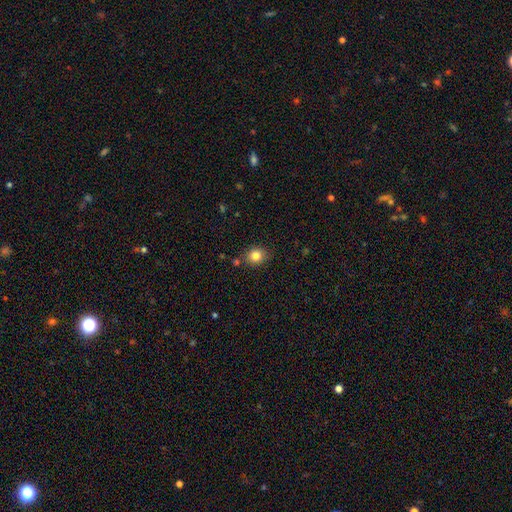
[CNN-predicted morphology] Overall: smooth (83%). How rounded: round (69%; in between 30%). Merging: none (82%).